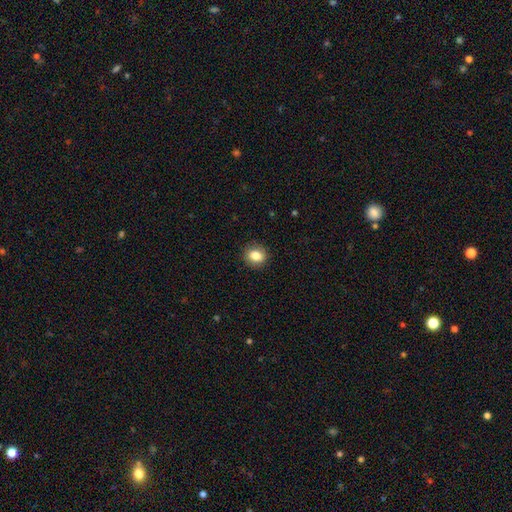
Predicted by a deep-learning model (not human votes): smooth-or-featured: smooth: 84% | star or artifact: 9% | featured or disk: 7%
  how-rounded: round: 68% | in between: 31% | cigar-shaped: 1%
  merging: none: 90% | minor disturbance: 7% | major disturbance: 2% | merger: 1%